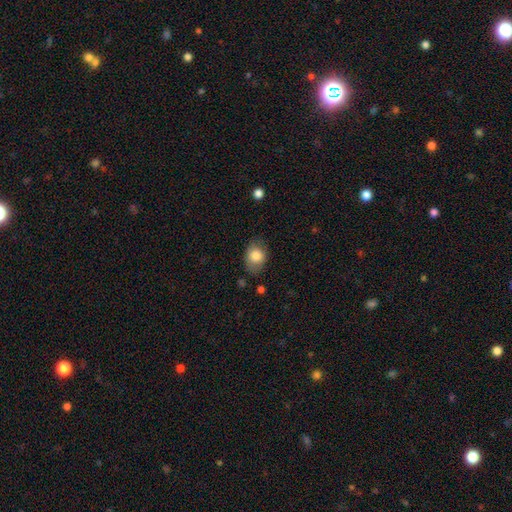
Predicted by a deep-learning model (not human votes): A smooth galaxy with no disk features (80%) that is in between round and cigar-shaped (63%).

Vote fractions:
- Smooth or featured? smooth: 80% / featured or disk: 12% / star or artifact: 8%
- How rounded? in between: 63% / round: 36% / cigar-shaped: 1%
- Merging? none: 70% / minor disturbance: 21% / major disturbance: 7% / merger: 2%